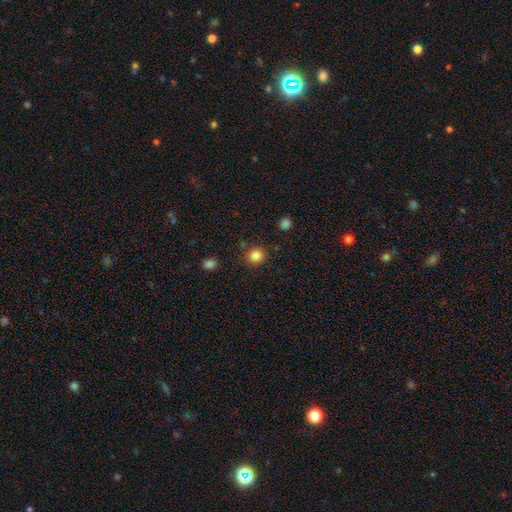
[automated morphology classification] This is clearly a smooth galaxy (85%). How rounded: clearly round (87%). Merging: clearly none (86%).